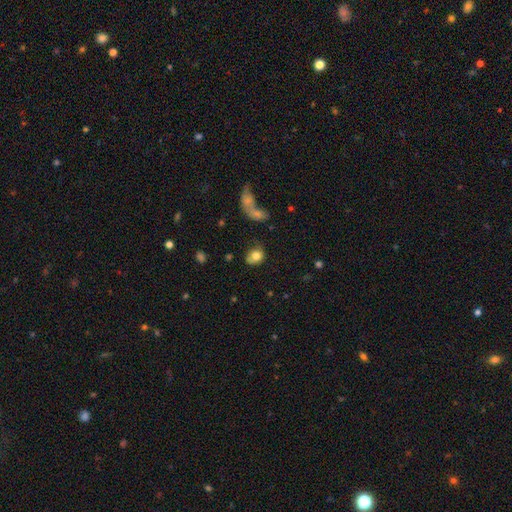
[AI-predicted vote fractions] This appears to be a smooth galaxy with no disk features (77%) that is round (54%). Merging: none (52%).